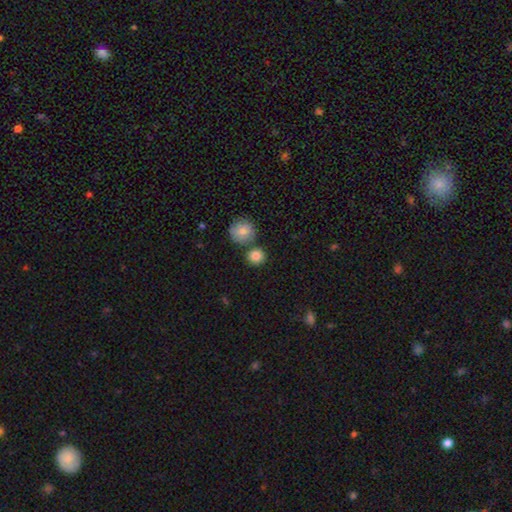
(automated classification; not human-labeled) This is clearly a smooth galaxy (85%). How rounded: clearly round (89%). Merging: likely none (69%).